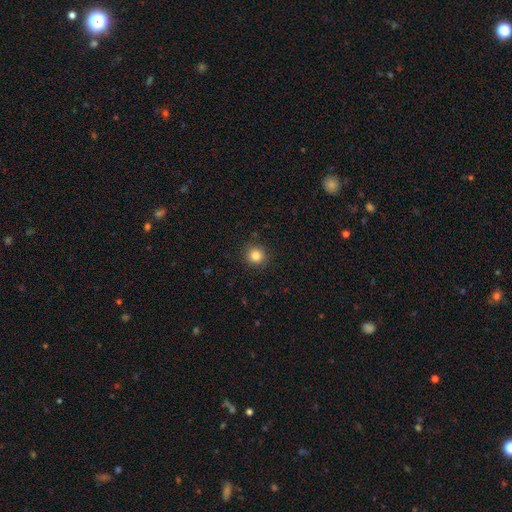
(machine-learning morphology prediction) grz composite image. It shows a smooth galaxy with no disk features (84%) that is round (93%). Merging: none (91%).